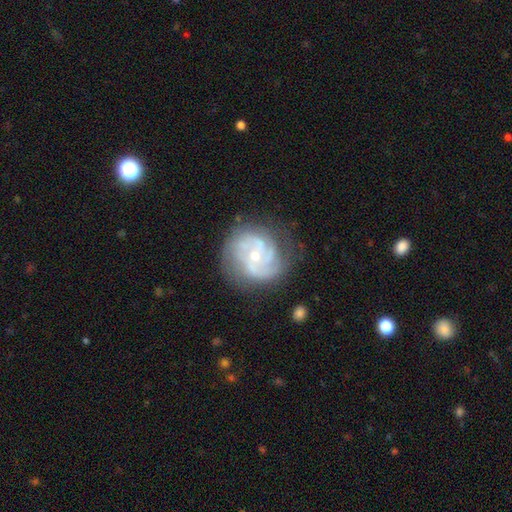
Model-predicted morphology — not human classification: featured or disk 85%, smooth 9%, star or artifact 6%. Down the decision tree: edge-on disk — no (98%); bar — no (68%); spiral arms — yes (96%); spiral arm count — 3 (37%); spiral winding — tight (51%); bulge size — small (61%); merging — none (73%).